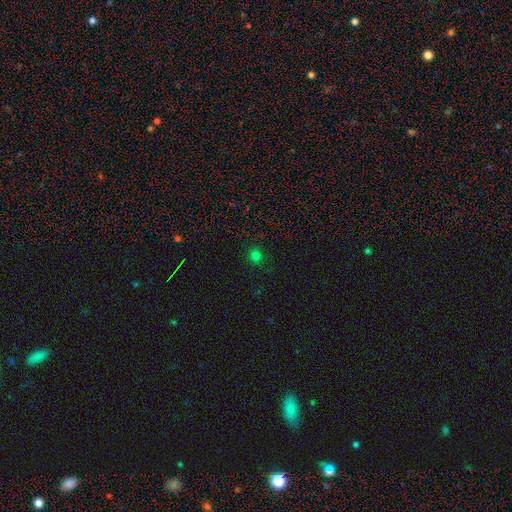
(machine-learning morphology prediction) smooth-or-featured: smooth: 79% | star or artifact: 18% | featured or disk: 4%
  how-rounded: round: 89% | in between: 10% | cigar-shaped: 1%
  merging: none: 91% | minor disturbance: 6% | major disturbance: 2% | merger: 1%